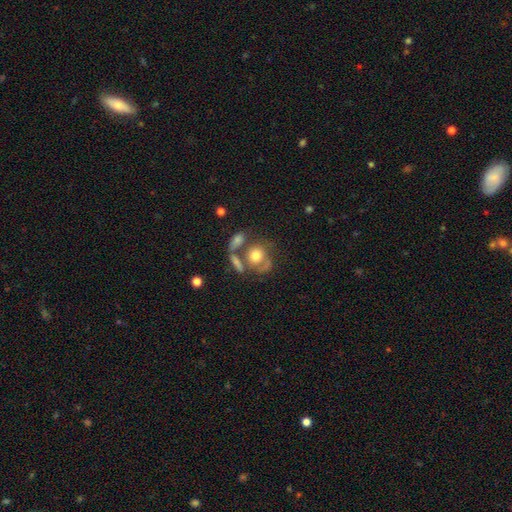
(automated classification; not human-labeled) Smooth or featured? Predicted: smooth (p=0.56). How rounded? Predicted: round (p=0.68). Merging? Predicted: merger (p=0.34).